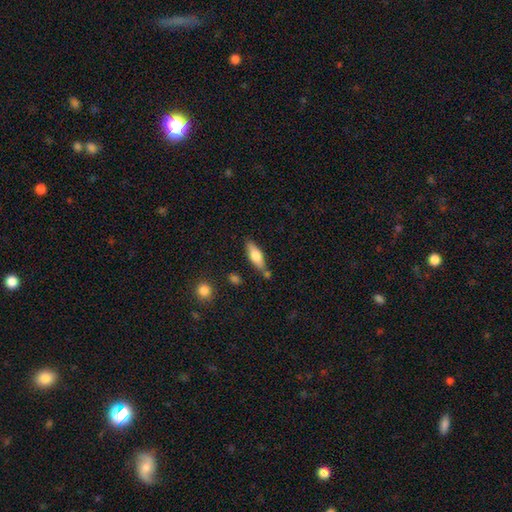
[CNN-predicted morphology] smooth 67%, featured or disk 27%, star or artifact 6%. Down the decision tree: how rounded — in between (56%); merging — none (70%).